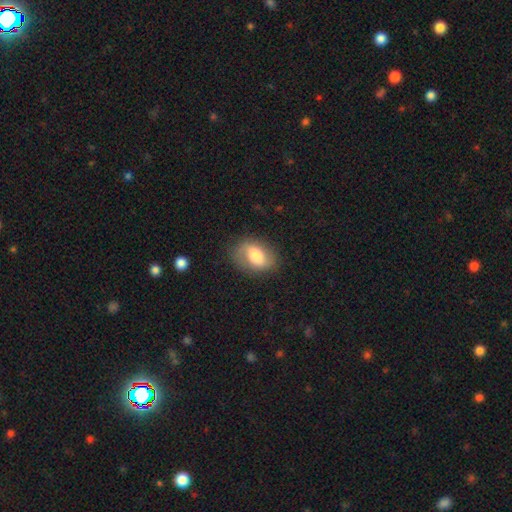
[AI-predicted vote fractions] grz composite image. It shows a smooth galaxy with no disk features (46%, tied with featured or disk). Merging: none (74%).